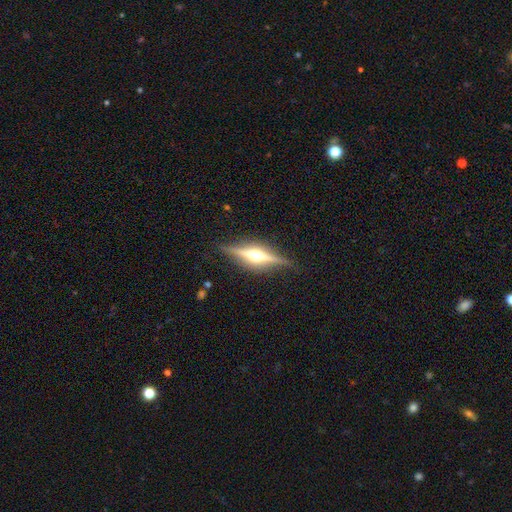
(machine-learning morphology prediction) Overall: featured or disk (83%). Edge-on disk: yes (97%). Edge-on bulge: rounded (95%). Merging: none (88%).